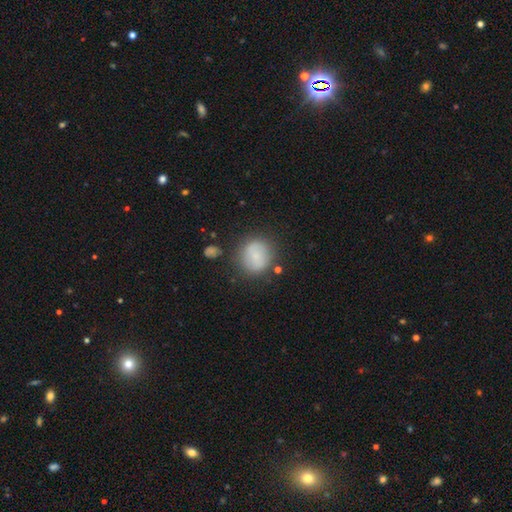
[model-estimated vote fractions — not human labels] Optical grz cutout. It shows a smooth galaxy with no disk features (72%) that is round (84%). Merging: none (74%).